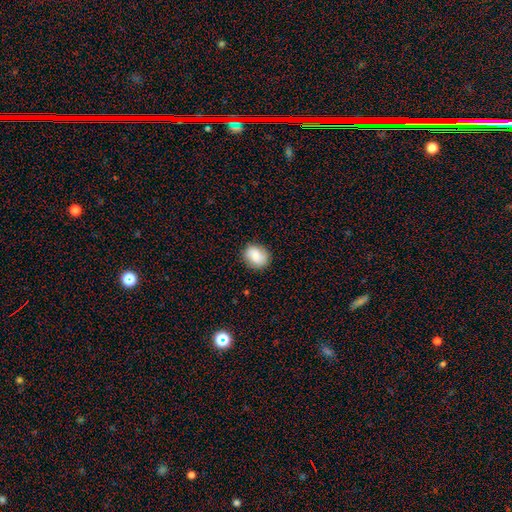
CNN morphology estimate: type=smooth (82%); roundness=round (59%); merging=none (84%).